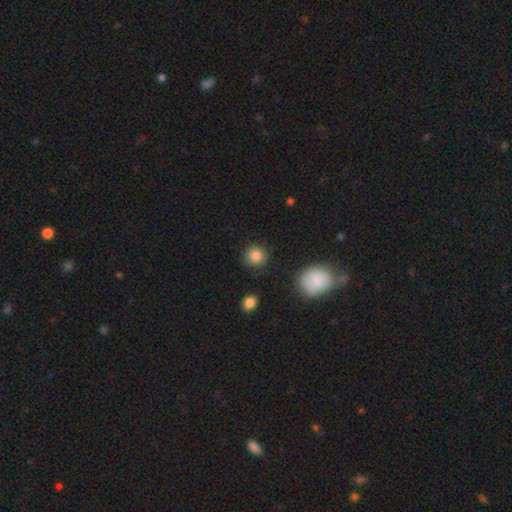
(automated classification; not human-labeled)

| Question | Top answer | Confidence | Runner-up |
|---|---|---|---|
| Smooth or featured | smooth | 84% | star or artifact (9%) |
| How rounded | round | 90% | in between (9%) |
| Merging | none | 86% | minor disturbance (9%) |